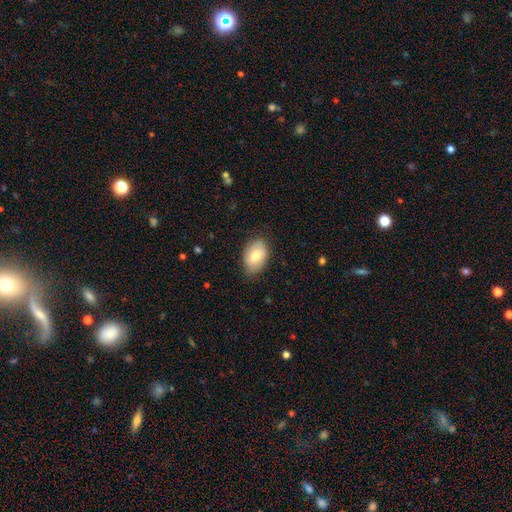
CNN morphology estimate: smooth_or_featured: smooth (p=0.76) [alt: featured or disk p=0.17]
how_rounded: in between (p=0.89) [alt: round p=0.10]
merging: none (p=0.78) [alt: minor disturbance p=0.18]